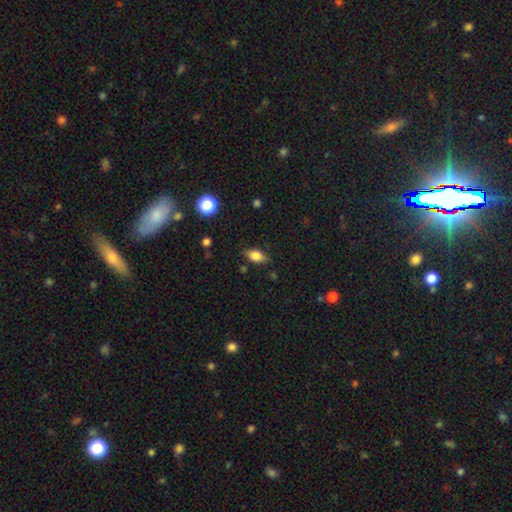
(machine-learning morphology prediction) smooth-or-featured: smooth: 77% | featured or disk: 13% | star or artifact: 10%
  how-rounded: in between: 84% | round: 9% | cigar-shaped: 7%
  merging: none: 79% | minor disturbance: 16% | major disturbance: 4% | merger: 2%